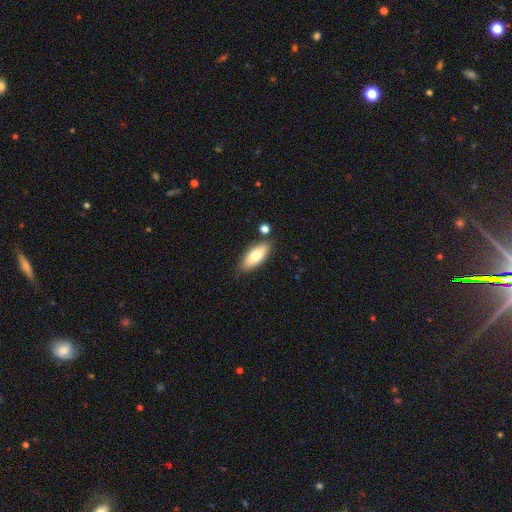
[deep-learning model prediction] The model was most divided on "smooth or featured": smooth: 73%, featured or disk: 20%, star or artifact: 7%. More confident: merging — none (78%); how rounded — in between (76%).